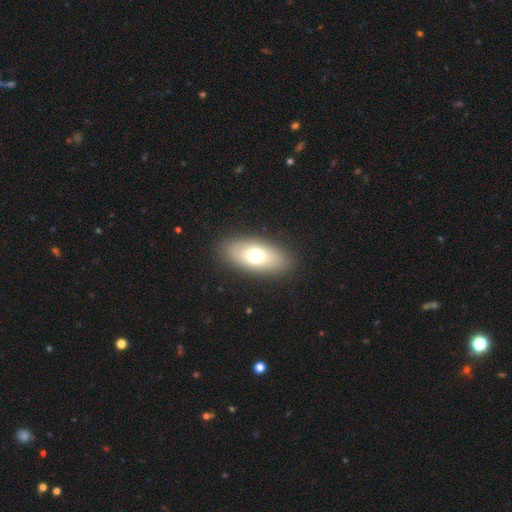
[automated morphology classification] type=smooth (67%); roundness=in between (87%); merging=none (87%).